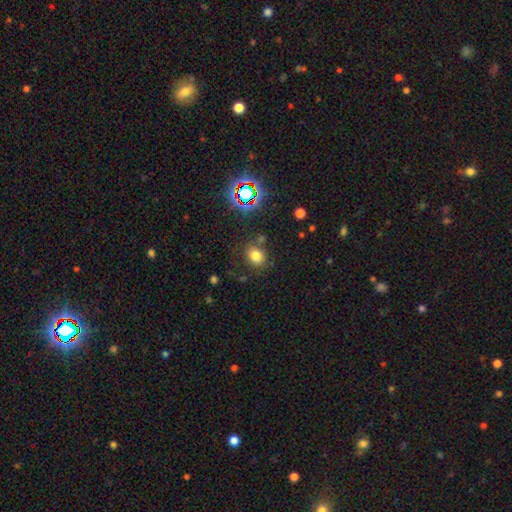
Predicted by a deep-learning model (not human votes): Smooth or featured? smooth (74%)
How rounded? round (61%)
Merging? none (77%)